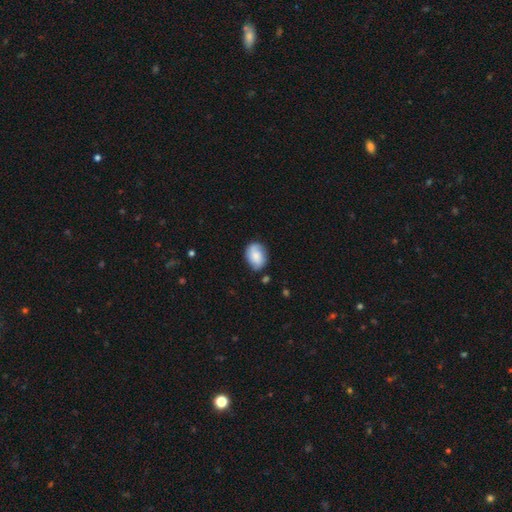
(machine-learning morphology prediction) Smooth or featured? Predicted: smooth (p=0.69). How rounded? Predicted: in between (p=0.67). Merging? Predicted: none (p=0.71).